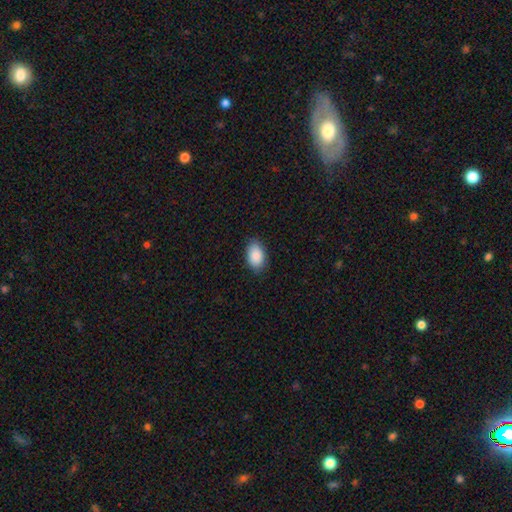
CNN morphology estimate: A smooth galaxy with no disk features (90%) that is in between round and cigar-shaped (91%). Merging: none (83%).